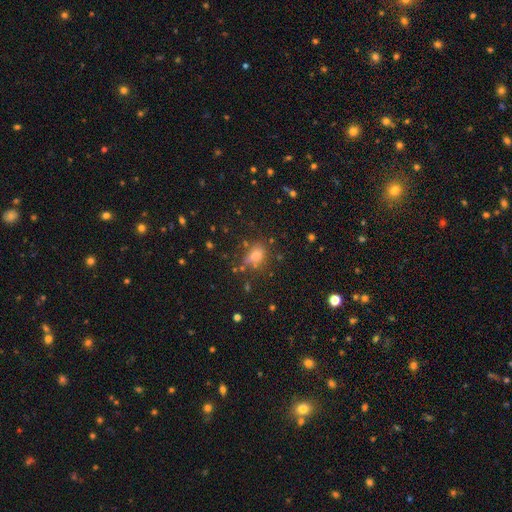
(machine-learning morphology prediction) Smooth or featured?
  - smooth: 69% *
  - star or artifact: 19%
  - featured or disk: 11%
How rounded?
  - in between: 58% *
  - round: 39%
  - cigar-shaped: 4%
Merging?
  - none: 63% *
  - minor disturbance: 20%
  - merger: 9%
  - major disturbance: 8%